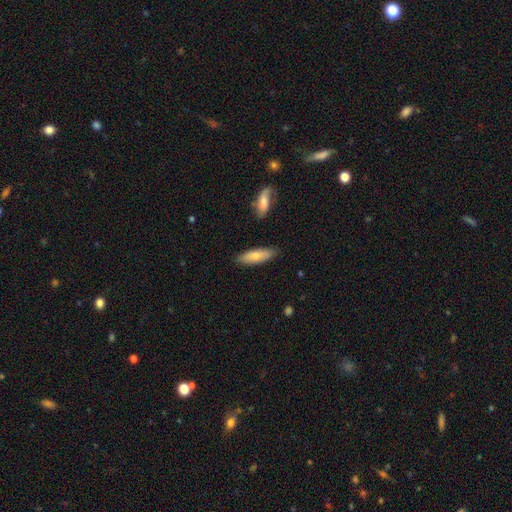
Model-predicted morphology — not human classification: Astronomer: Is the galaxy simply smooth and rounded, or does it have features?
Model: smooth — 74%.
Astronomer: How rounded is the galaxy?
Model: in between — 50% (runner-up: cigar-shaped, 48%).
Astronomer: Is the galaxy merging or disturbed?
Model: none — 84%.